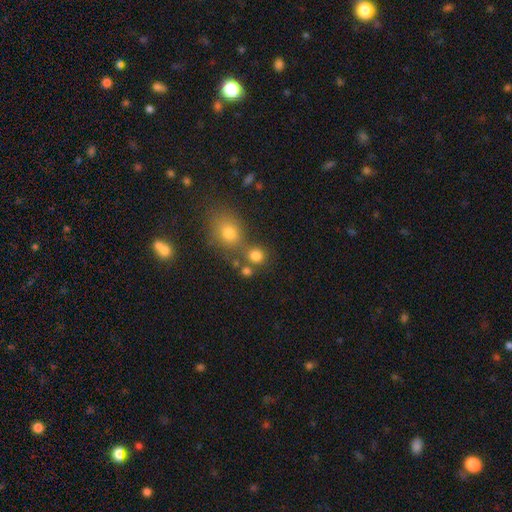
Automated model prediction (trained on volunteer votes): Morphology: type=smooth (80%); roundness=round (84%); merging=none (62%).